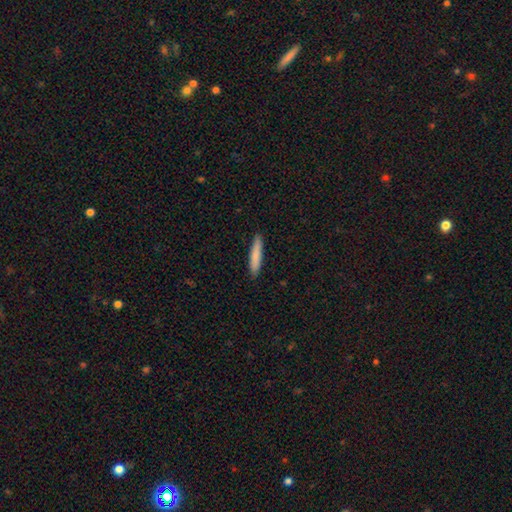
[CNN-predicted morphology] Overall: smooth (83%). How rounded: cigar-shaped (91%). Merging: none (90%).